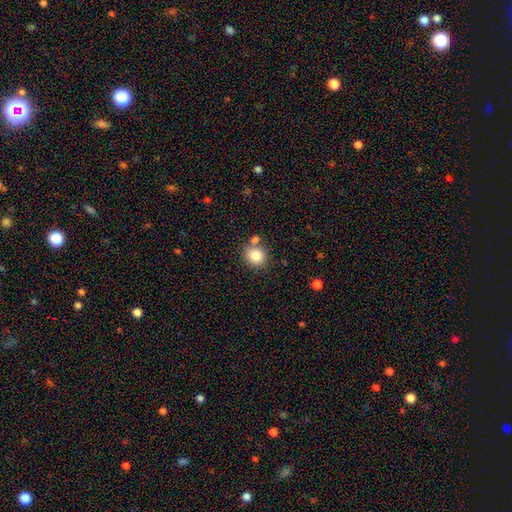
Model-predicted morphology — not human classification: This is clearly a smooth galaxy (83%). How rounded: clearly round (87%). Merging: likely none (71%).